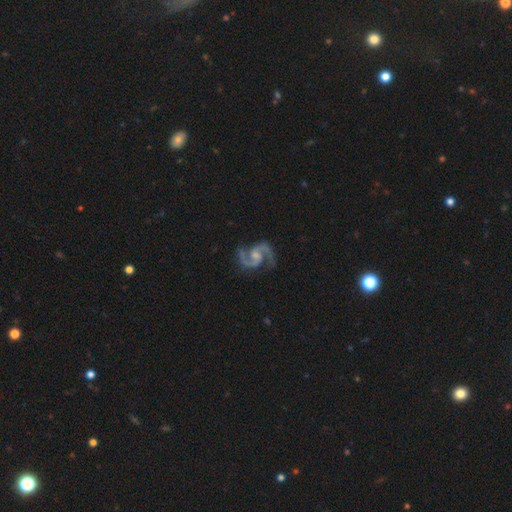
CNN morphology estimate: A featured or disk galaxy (93%) with no bar (49%), 2 (94%) medium (63%) spiral arms (98%) and a small central bulge (41%). Merging: none (78%).